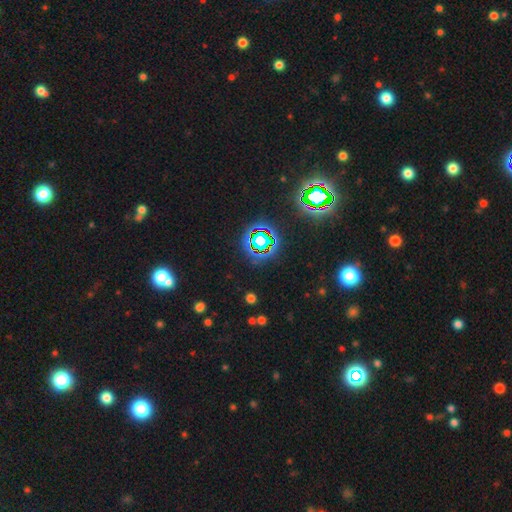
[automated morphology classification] smooth-or-featured: star or artifact: 77% | smooth: 14% | featured or disk: 9%